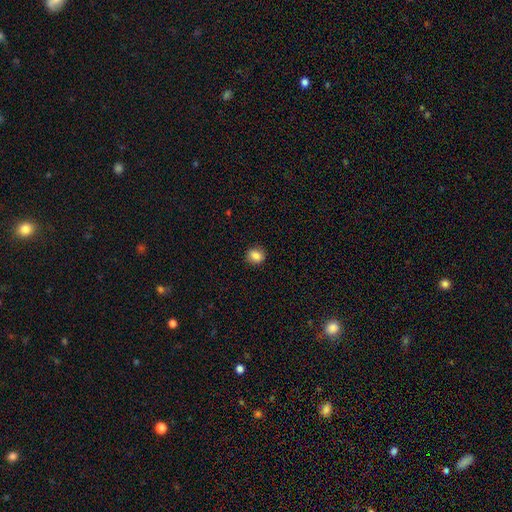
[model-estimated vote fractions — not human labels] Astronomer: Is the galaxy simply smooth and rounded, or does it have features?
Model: smooth — 85%.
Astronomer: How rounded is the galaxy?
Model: round — 71%.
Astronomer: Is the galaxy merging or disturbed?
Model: none — 88%.